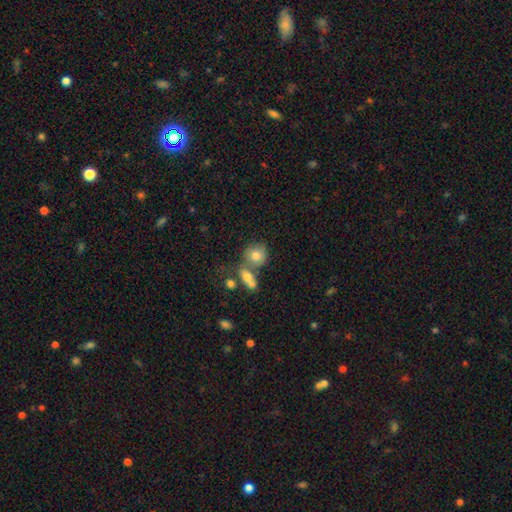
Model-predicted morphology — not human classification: This appears to be a smooth galaxy with no disk features (74%) that is round (76%). Merging: none (48%).